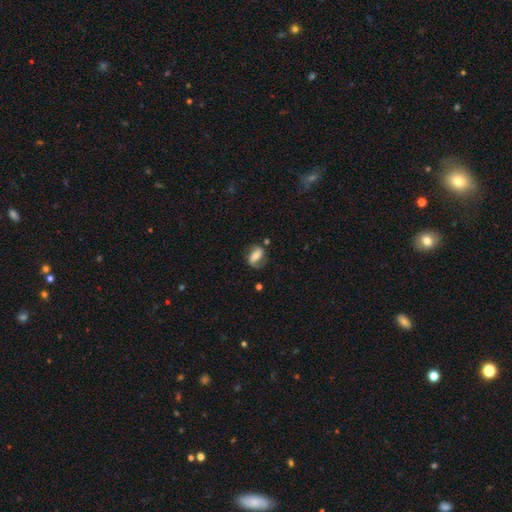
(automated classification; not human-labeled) A featured or disk galaxy (54%) with a strong bar (36%), spiral arms (80%) and a moderate central bulge (56%).

Vote fractions:
- Smooth or featured? featured or disk: 54% / smooth: 38% / star or artifact: 8%
- Edge-on disk? no: 93% / yes: 7%
- Bar? strong: 36% / no: 33% / weak: 31%
- Spiral arms? yes: 80% / no: 20%
- Bulge size? moderate: 56% / small: 29% / large: 9% / none: 3% / dominant: 2%
- Merging? none: 67% / minor disturbance: 21% / major disturbance: 9% / merger: 4%